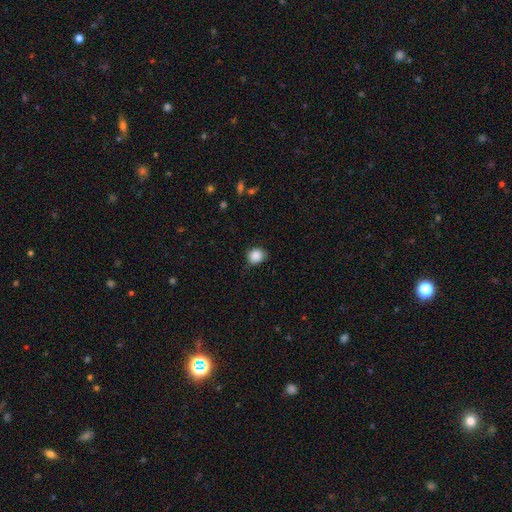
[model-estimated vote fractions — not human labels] smooth-or-featured: smooth: 87% | star or artifact: 9% | featured or disk: 4%
  how-rounded: round: 77% | in between: 22% | cigar-shaped: 1%
  merging: none: 72% | minor disturbance: 23% | major disturbance: 4% | merger: 1%